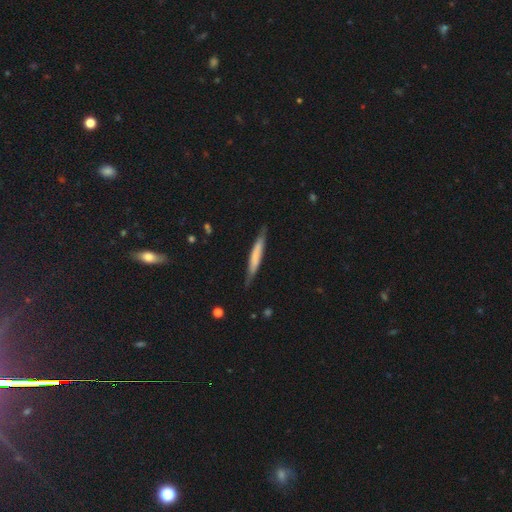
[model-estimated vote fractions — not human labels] The model was most divided on "smooth or featured": smooth: 58%, featured or disk: 37%, star or artifact: 5%. More confident: how rounded — cigar-shaped (94%); merging — none (81%).